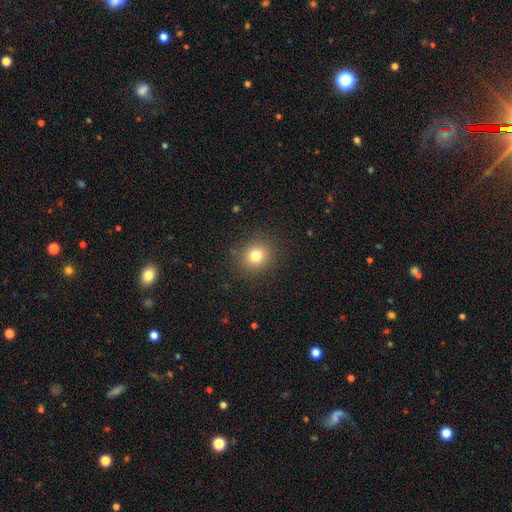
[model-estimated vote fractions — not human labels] Smooth or featured?
  - smooth: 79% *
  - star or artifact: 13%
  - featured or disk: 8%
How rounded?
  - round: 81% *
  - in between: 18%
  - cigar-shaped: 1%
Merging?
  - none: 87% *
  - minor disturbance: 9%
  - major disturbance: 3%
  - merger: 1%